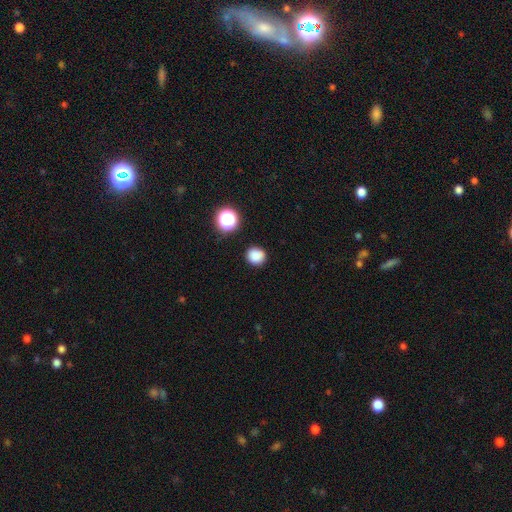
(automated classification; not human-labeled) A smooth galaxy with no disk features (84%) that is round (87%).

Vote fractions:
- Smooth or featured? smooth: 84% / star or artifact: 12% / featured or disk: 4%
- How rounded? round: 87% / in between: 12% / cigar-shaped: 1%
- Merging? none: 89% / minor disturbance: 7% / major disturbance: 2% / merger: 2%